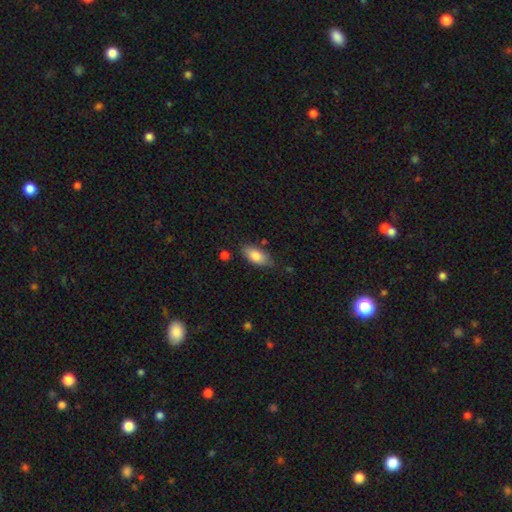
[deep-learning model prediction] smooth 83%, featured or disk 10%, star or artifact 6%. Down the decision tree: how rounded — in between (89%); merging — none (76%).